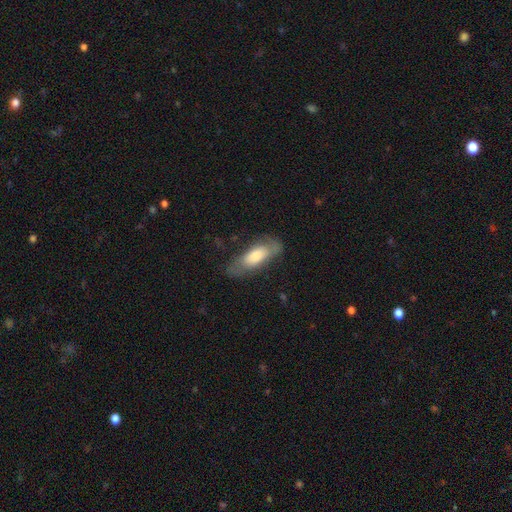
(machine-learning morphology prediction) Smooth or featured? smooth (60%)
How rounded? in between (66%)
Merging? none (65%)